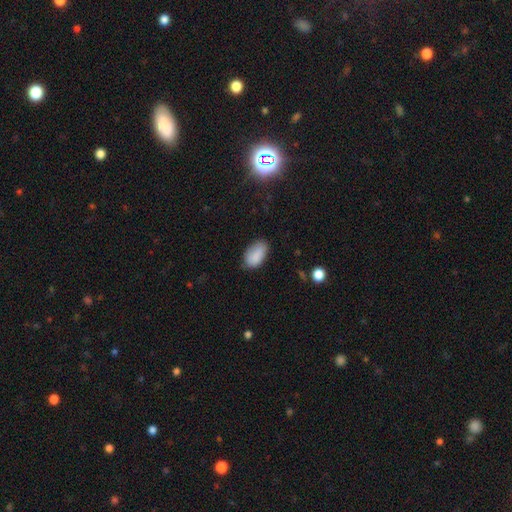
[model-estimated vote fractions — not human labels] Smooth or featured: smooth — 87% (star or artifact — 7%)
How rounded: in between — 94% (round — 4%)
Merging: none — 71% (minor disturbance — 23%)